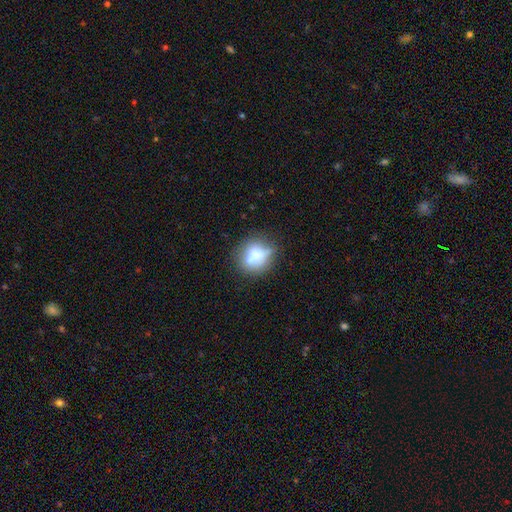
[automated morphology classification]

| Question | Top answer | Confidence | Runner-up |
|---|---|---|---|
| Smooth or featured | smooth | 59% | featured or disk (30%) |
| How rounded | round | 77% | in between (22%) |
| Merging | none | 50% | merger (23%) |